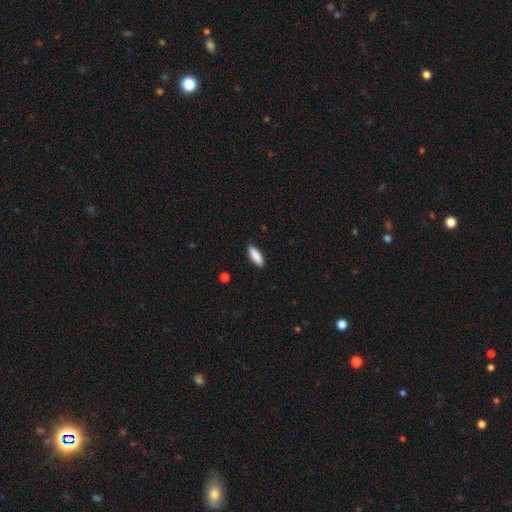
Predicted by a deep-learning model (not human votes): smooth 89%, star or artifact 6%, featured or disk 5%. Down the decision tree: how rounded — in between (58%); merging — none (88%).